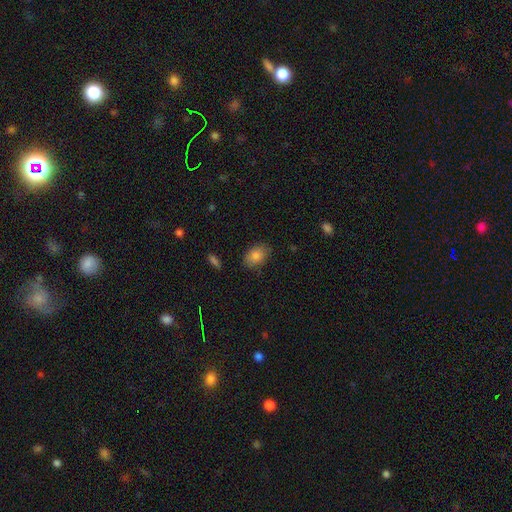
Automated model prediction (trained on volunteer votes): Smooth or featured: smooth — 85% (star or artifact — 8%)
How rounded: in between — 82% (round — 16%)
Merging: none — 82% (minor disturbance — 14%)